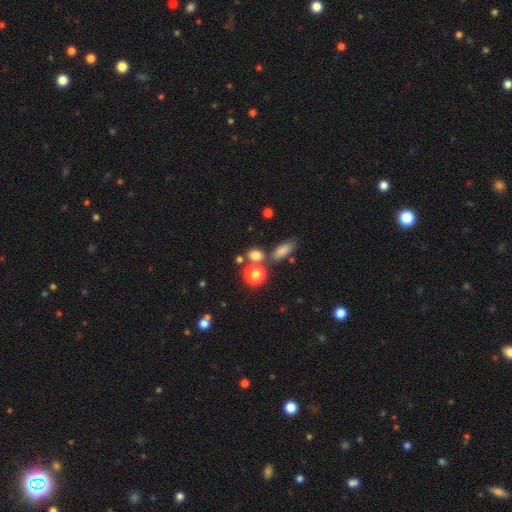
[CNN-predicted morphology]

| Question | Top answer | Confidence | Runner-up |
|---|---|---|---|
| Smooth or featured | smooth | 76% | star or artifact (16%) |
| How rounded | round | 56% | in between (40%) |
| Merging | none | 64% | merger (22%) |